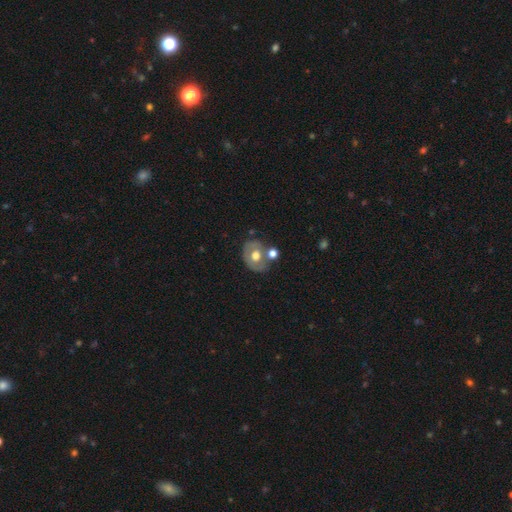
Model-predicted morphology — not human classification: A smooth galaxy with no disk features (48%).

Vote fractions:
- Smooth or featured? smooth: 48% / featured or disk: 45% / star or artifact: 7%
- Merging? none: 57% / merger: 21% / minor disturbance: 16% / major disturbance: 6%